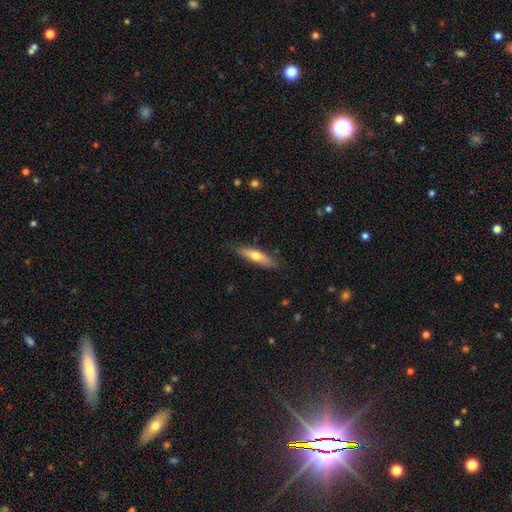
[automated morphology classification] Smooth or featured? Predicted: smooth (p=0.60). How rounded? Predicted: cigar-shaped (p=0.71). Merging? Predicted: none (p=0.83).